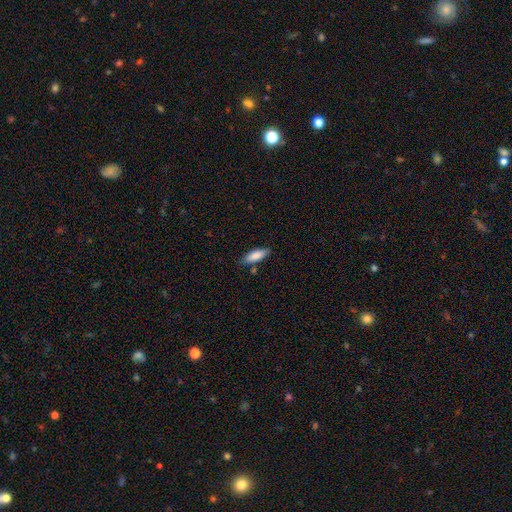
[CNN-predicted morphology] type=smooth (84%); roundness=in between (59%); merging=none (78%).